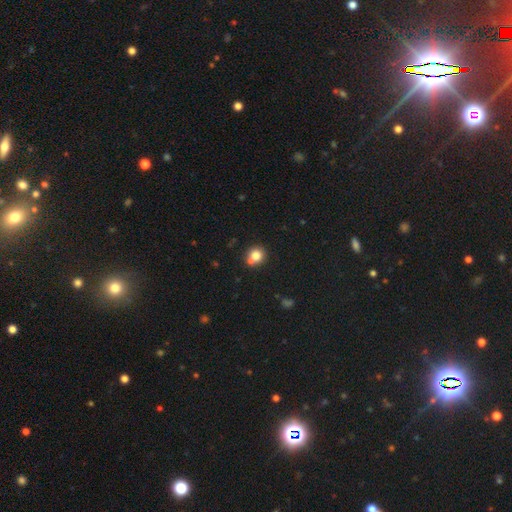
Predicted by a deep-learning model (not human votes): Smooth or featured? smooth (78%)
How rounded? round (87%)
Merging? none (62%)